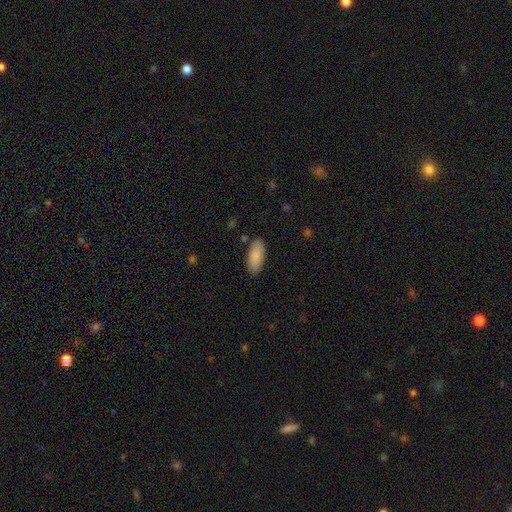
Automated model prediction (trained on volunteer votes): Overall: smooth (89%). How rounded: in between (85%). Merging: none (86%).